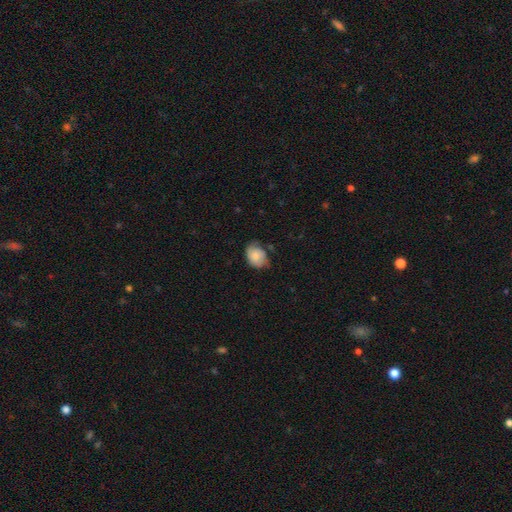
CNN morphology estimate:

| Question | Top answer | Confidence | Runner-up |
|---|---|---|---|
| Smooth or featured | smooth | 74% | featured or disk (19%) |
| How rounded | in between | 65% | round (34%) |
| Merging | none | 52% | minor disturbance (37%) |